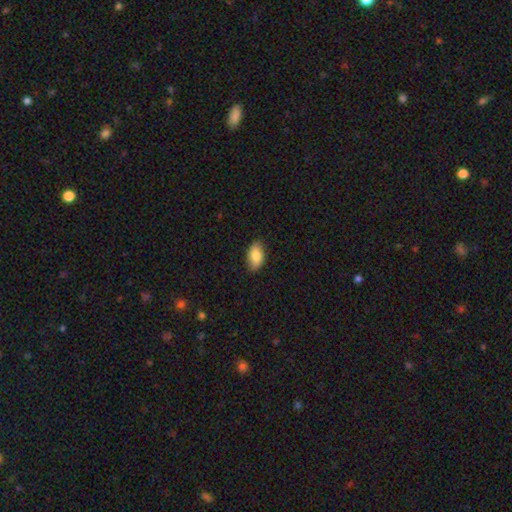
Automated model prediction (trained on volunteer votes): Morphology: type=smooth (84%); roundness=in between (94%); merging=none (84%).